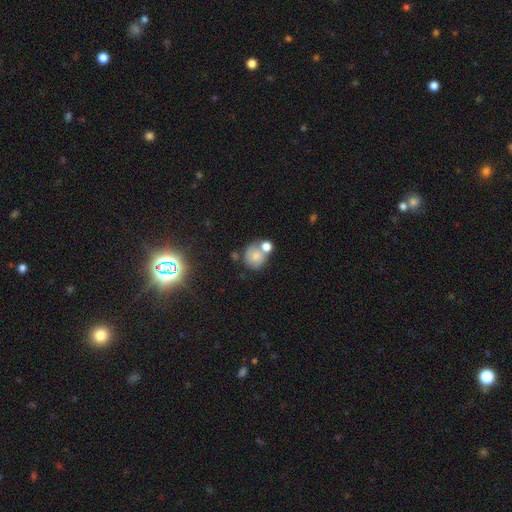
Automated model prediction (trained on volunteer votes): Smooth or featured: smooth — 74% (featured or disk — 15%)
How rounded: round — 83% (in between — 16%)
Merging: none — 44% (merger — 36%)